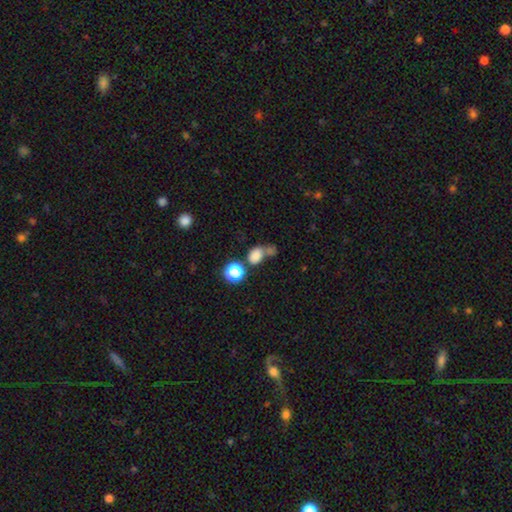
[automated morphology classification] A smooth galaxy with no disk features (76%) that is in between round and cigar-shaped (51%).

Vote fractions:
- Smooth or featured? smooth: 76% / star or artifact: 15% / featured or disk: 9%
- How rounded? in between: 51% / round: 47% / cigar-shaped: 2%
- Merging? merger: 41% / none: 35% / minor disturbance: 13% / major disturbance: 11%